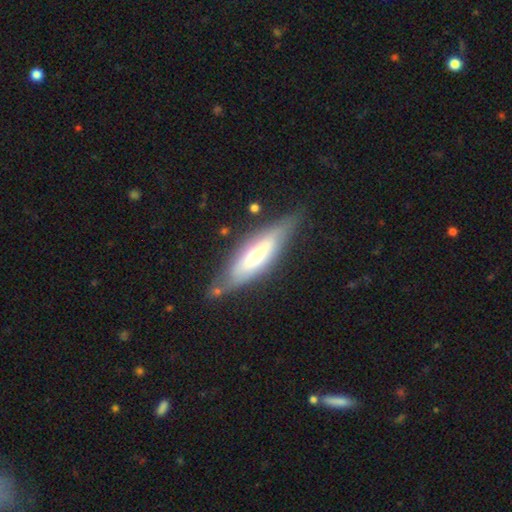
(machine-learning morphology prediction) Overall: featured or disk (56%; smooth 38%). Edge-on disk: yes (72%). Merging: none (71%).